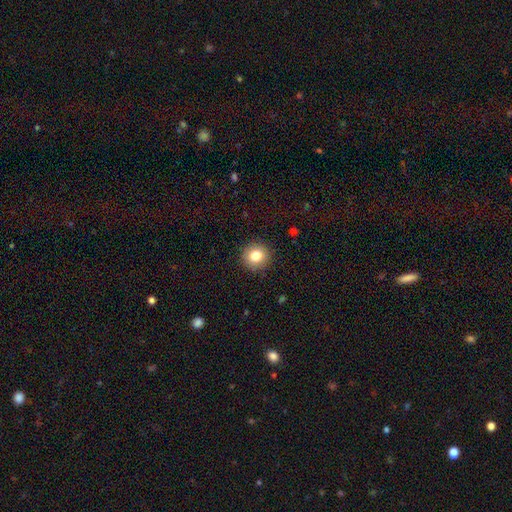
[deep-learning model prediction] Smooth or featured? smooth (82%)
How rounded? round (93%)
Merging? none (91%)